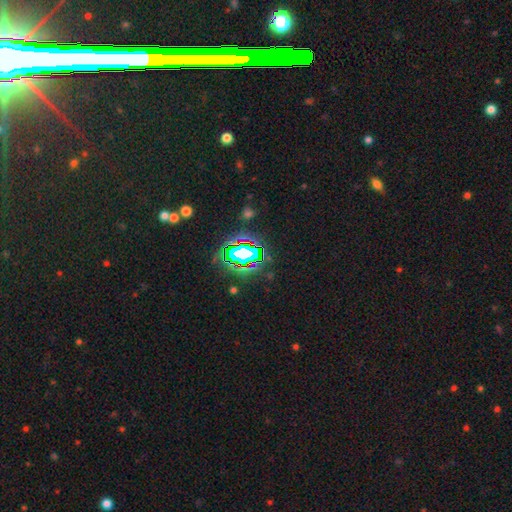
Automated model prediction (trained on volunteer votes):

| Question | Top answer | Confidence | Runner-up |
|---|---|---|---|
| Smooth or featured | star or artifact | 72% | smooth (17%) |